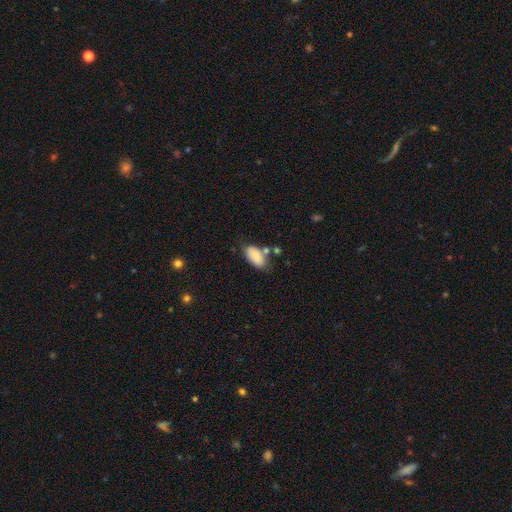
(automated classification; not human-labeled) Morphology: type=smooth (85%); roundness=in between (94%); merging=none (62%).